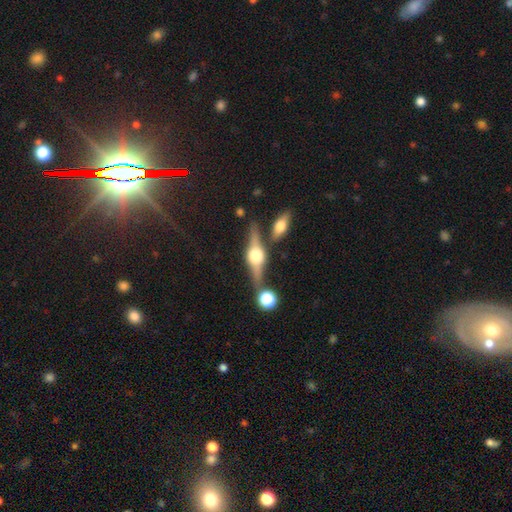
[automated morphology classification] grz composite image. It shows a featured or disk galaxy (82%) viewed edge-on (96%) with a rounded central bulge (94%). Merging: none (75%).